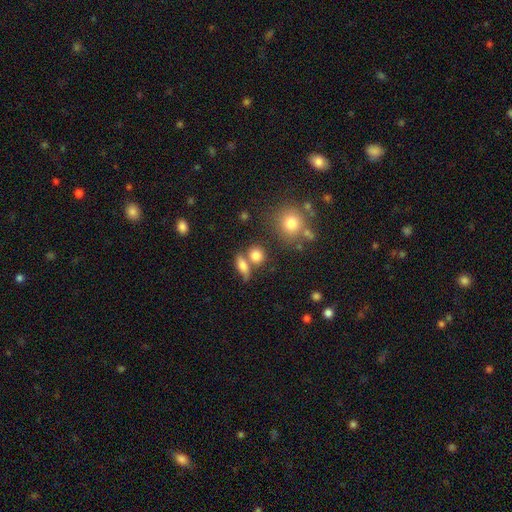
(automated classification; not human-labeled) Q: Smooth or featured?
A: smooth (77%); runner-up: star or artifact (11%)
Q: How rounded?
A: round (60%); runner-up: in between (33%)
Q: Merging?
A: none (57%); runner-up: merger (27%)